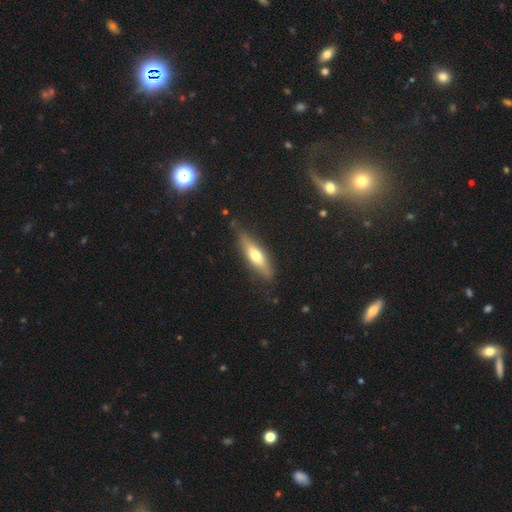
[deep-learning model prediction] Smooth or featured?
  - smooth: 56% *
  - featured or disk: 38%
  - star or artifact: 6%
How rounded?
  - cigar-shaped: 66% *
  - in between: 32%
  - round: 2%
Merging?
  - none: 80% *
  - minor disturbance: 15%
  - major disturbance: 3%
  - merger: 2%